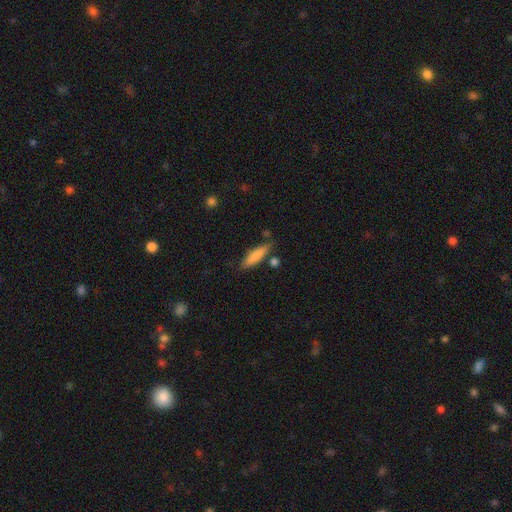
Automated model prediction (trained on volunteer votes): Smooth or featured? smooth (76%)
How rounded? cigar-shaped (73%)
Merging? none (77%)